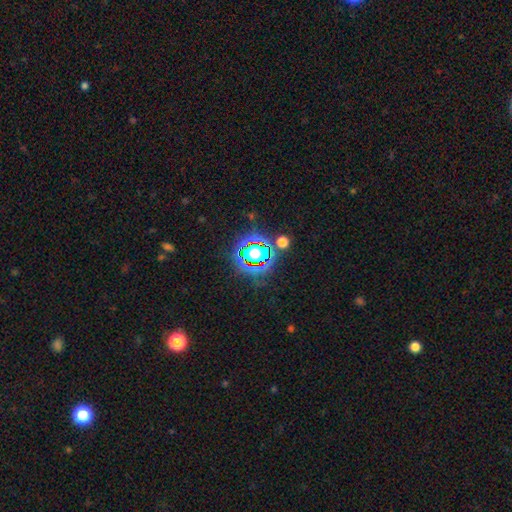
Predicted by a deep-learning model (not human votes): The model was most divided on "smooth or featured": star or artifact: 73%, smooth: 17%, featured or disk: 10%.